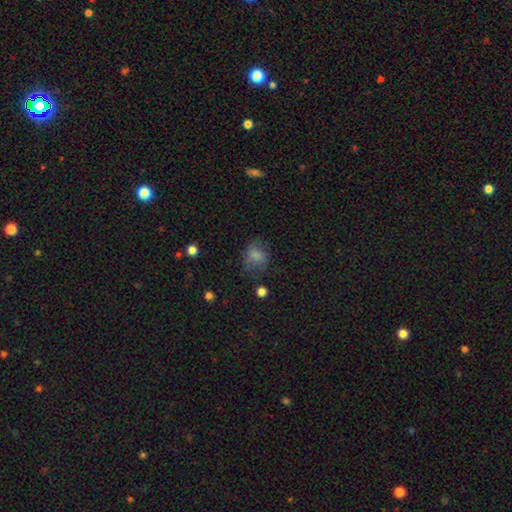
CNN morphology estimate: smooth 71%, featured or disk 15%, star or artifact 13%. Down the decision tree: how rounded — round (55%); merging — none (52%).